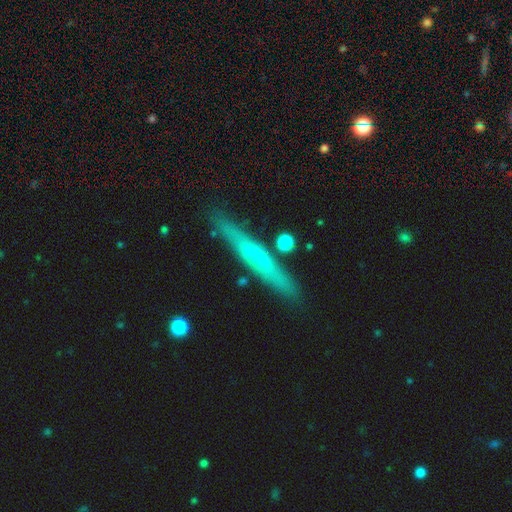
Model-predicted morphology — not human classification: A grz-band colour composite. It shows a smooth galaxy with no disk features (48%). Merging: none (84%).